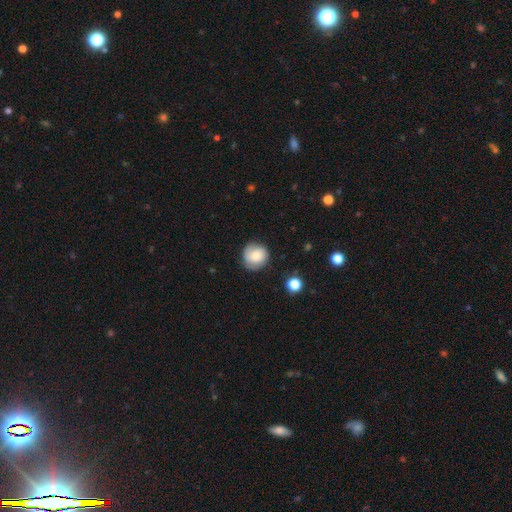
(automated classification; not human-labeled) Smooth or featured: smooth — 77% (featured or disk — 15%)
How rounded: round — 89% (in between — 10%)
Merging: none — 77% (minor disturbance — 17%)